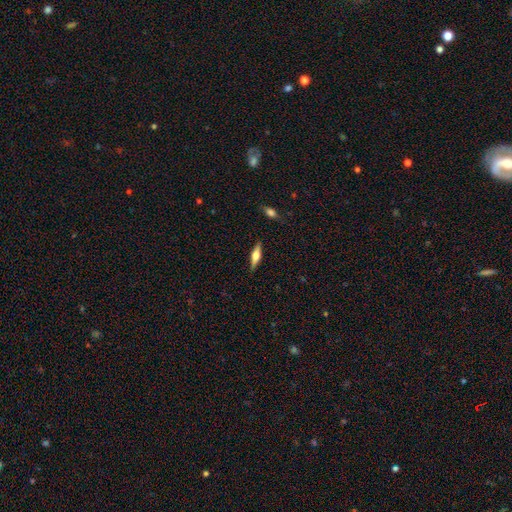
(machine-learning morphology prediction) Smooth or featured? featured or disk (49%)
Merging? none (87%)